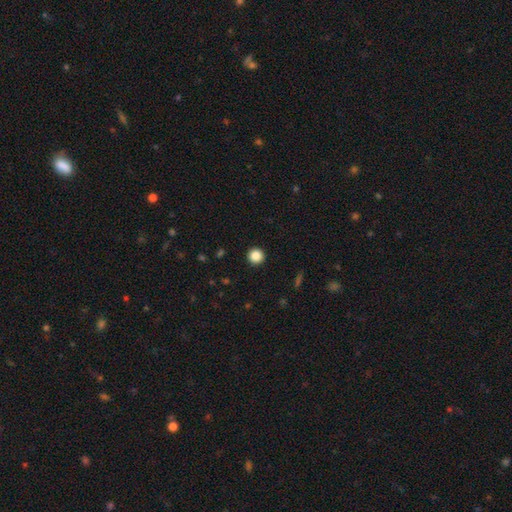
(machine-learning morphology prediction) type=smooth (87%); roundness=round (96%); merging=none (94%).